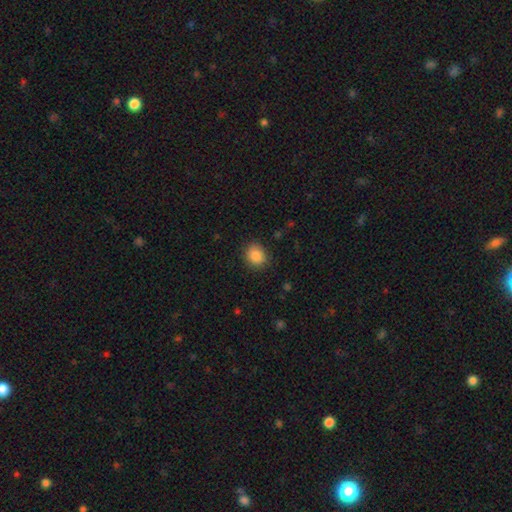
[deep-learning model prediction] Smooth or featured? smooth (87%)
How rounded? round (72%)
Merging? none (87%)